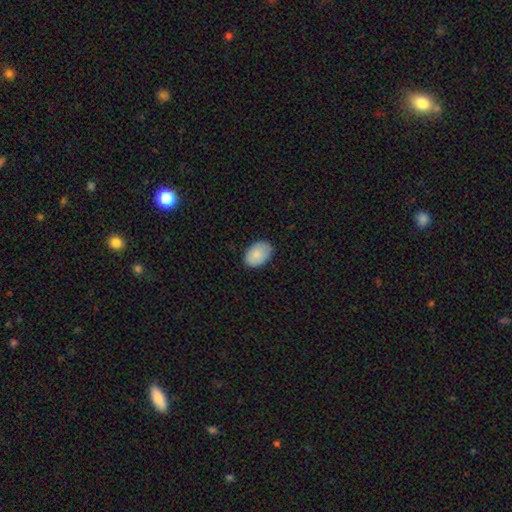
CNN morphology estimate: type=smooth (86%); roundness=in between (86%); merging=none (83%).